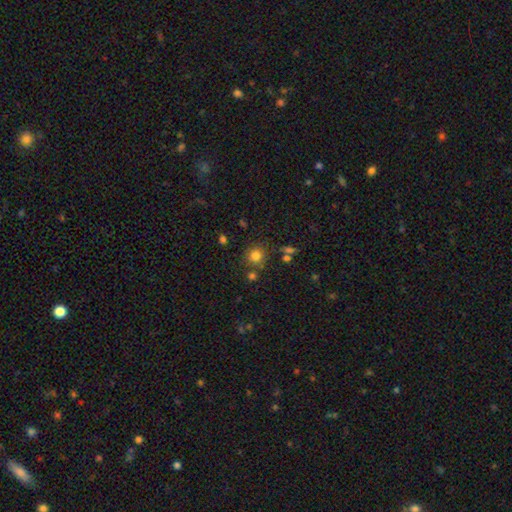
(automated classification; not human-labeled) Q: Smooth or featured?
A: smooth (79%); runner-up: star or artifact (14%)
Q: How rounded?
A: round (88%); runner-up: in between (11%)
Q: Merging?
A: none (78%); runner-up: minor disturbance (10%)